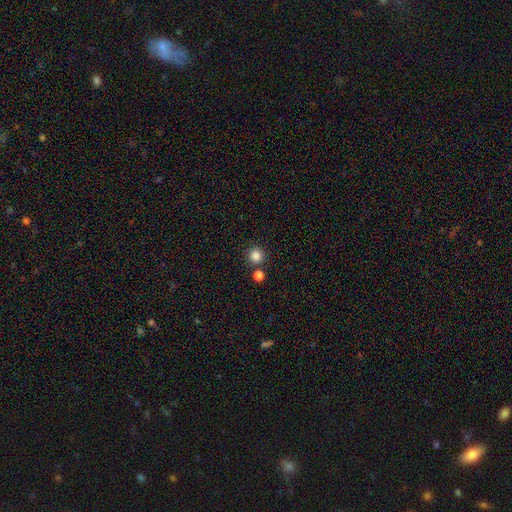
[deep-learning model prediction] This is clearly a smooth galaxy (84%). How rounded: clearly round (95%). Merging: clearly none (83%).